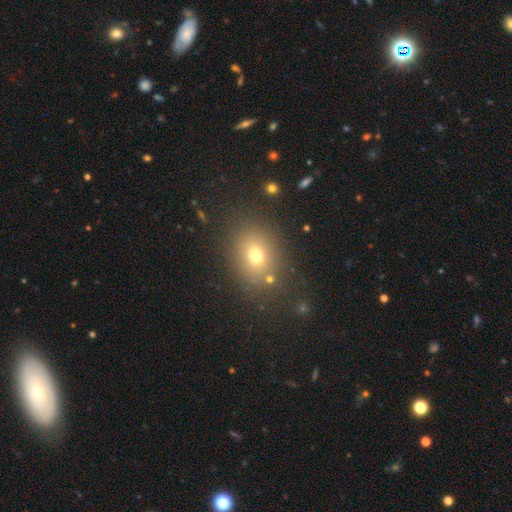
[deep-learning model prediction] A smooth galaxy with no disk features (69%) that is in between round and cigar-shaped (54%). Merging: none (81%).